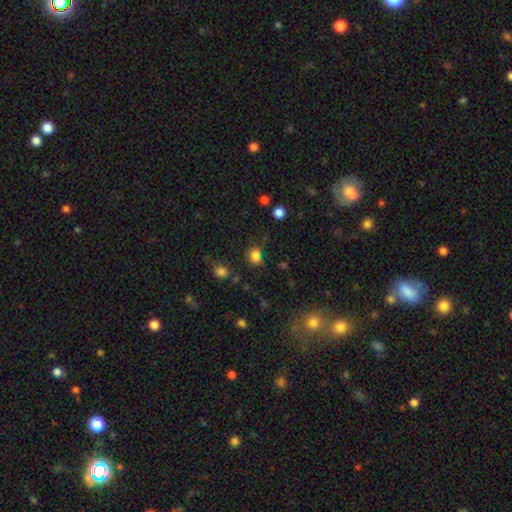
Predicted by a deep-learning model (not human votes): A smooth galaxy with no disk features (81%) that is round (71%). Merging: none (71%).